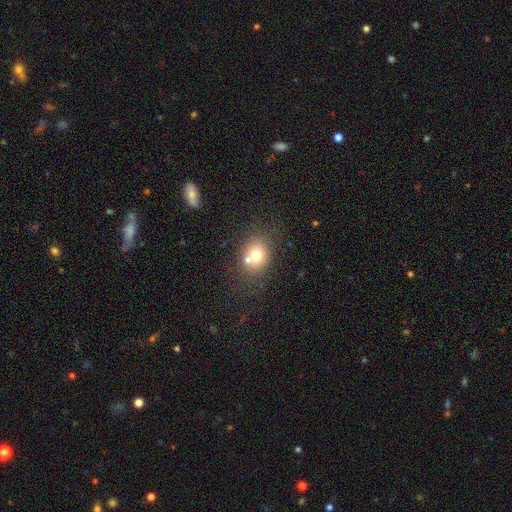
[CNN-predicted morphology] This appears to be a smooth galaxy with no disk features (70%) that is round (58%). Merging: none (55%).